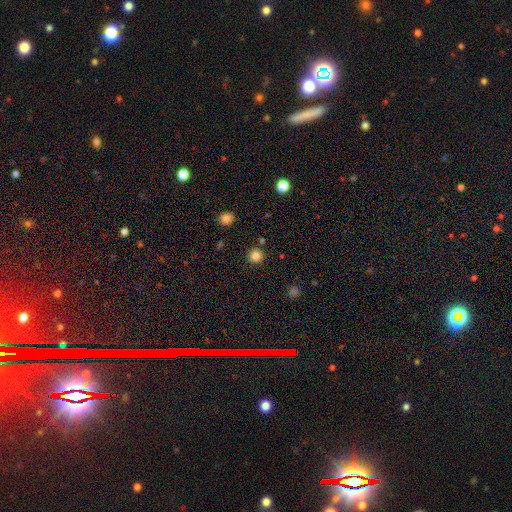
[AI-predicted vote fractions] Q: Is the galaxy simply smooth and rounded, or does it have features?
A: smooth — 83%.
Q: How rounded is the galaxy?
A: round — 95%.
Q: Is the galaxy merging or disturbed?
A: none — 89%.